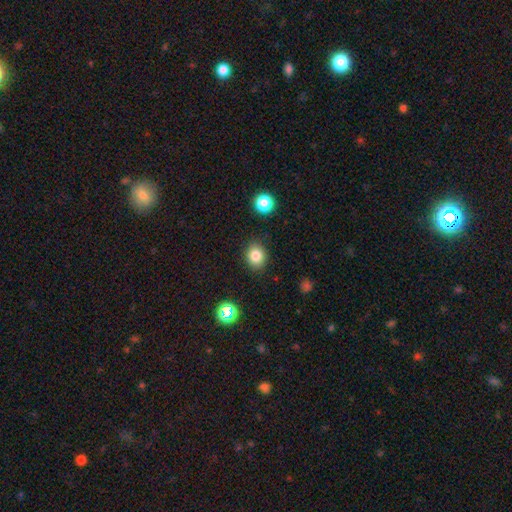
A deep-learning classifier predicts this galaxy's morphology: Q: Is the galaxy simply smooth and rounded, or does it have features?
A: smooth — 82%.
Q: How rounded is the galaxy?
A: round — 63%.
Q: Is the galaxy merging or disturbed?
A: none — 86%.